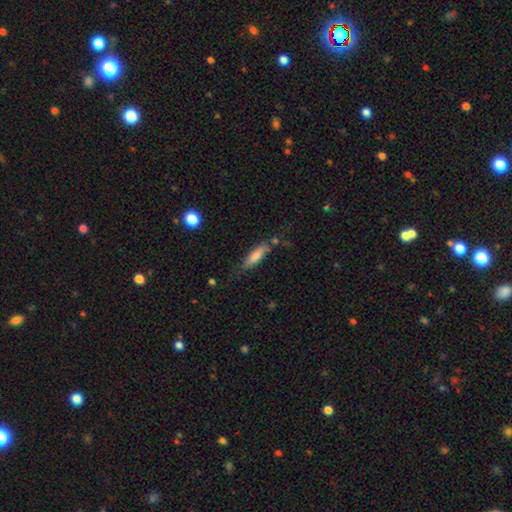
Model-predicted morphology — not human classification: Smooth or featured?
  - smooth: 64% *
  - featured or disk: 28%
  - star or artifact: 8%
How rounded?
  - cigar-shaped: 67% *
  - in between: 31%
  - round: 2%
Merging?
  - none: 67% *
  - minor disturbance: 22%
  - major disturbance: 6%
  - merger: 5%